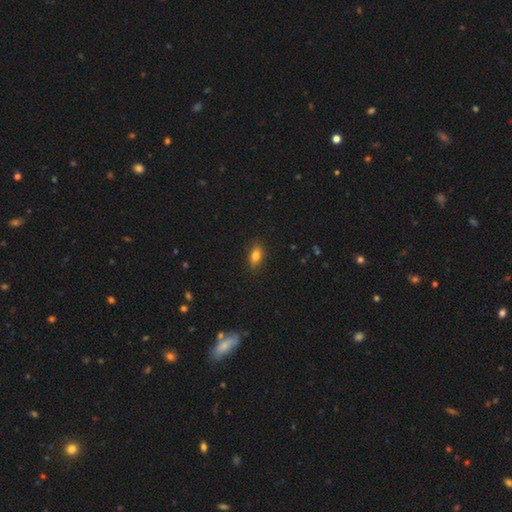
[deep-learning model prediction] Smooth or featured: smooth — 82% (star or artifact — 9%)
How rounded: in between — 84% (round — 9%)
Merging: none — 85% (minor disturbance — 12%)